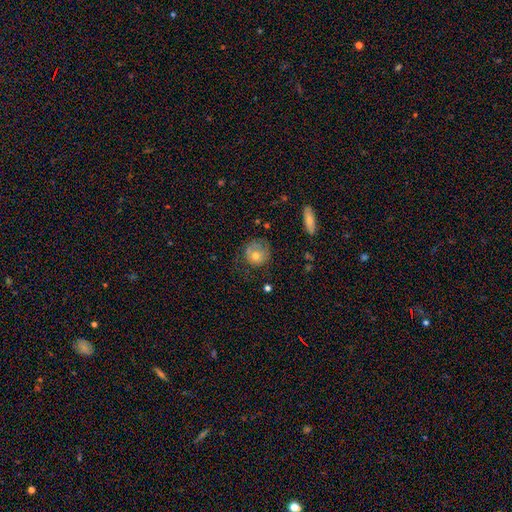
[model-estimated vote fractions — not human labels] A smooth galaxy with no disk features (60%) that is round (83%).

Vote fractions:
- Smooth or featured? smooth: 60% / featured or disk: 31% / star or artifact: 10%
- How rounded? round: 83% / in between: 16% / cigar-shaped: 1%
- Merging? none: 55% / minor disturbance: 26% / major disturbance: 17% / merger: 3%